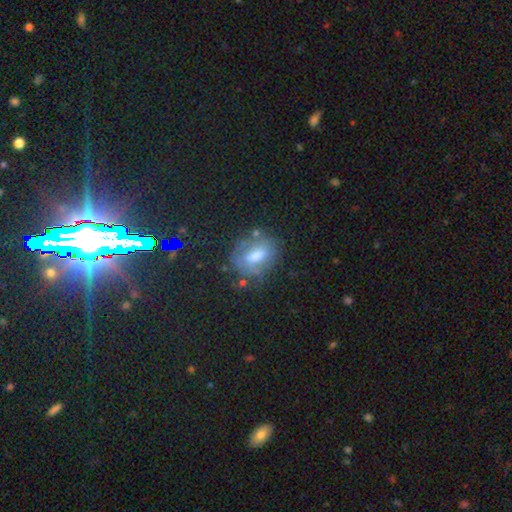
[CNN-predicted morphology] Q: Smooth or featured?
A: smooth (46%); runner-up: featured or disk (29%)
Q: Merging?
A: none (67%); runner-up: minor disturbance (21%)